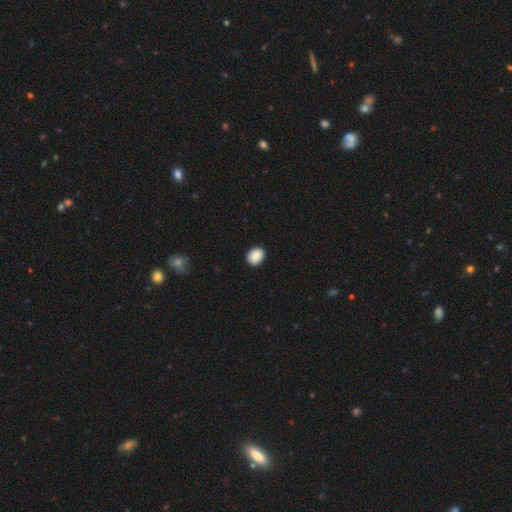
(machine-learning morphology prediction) Smooth or featured?
  - smooth: 89% *
  - star or artifact: 8%
  - featured or disk: 4%
How rounded?
  - in between: 57% *
  - round: 42%
  - cigar-shaped: 1%
Merging?
  - none: 89% *
  - minor disturbance: 9%
  - major disturbance: 2%
  - merger: 1%